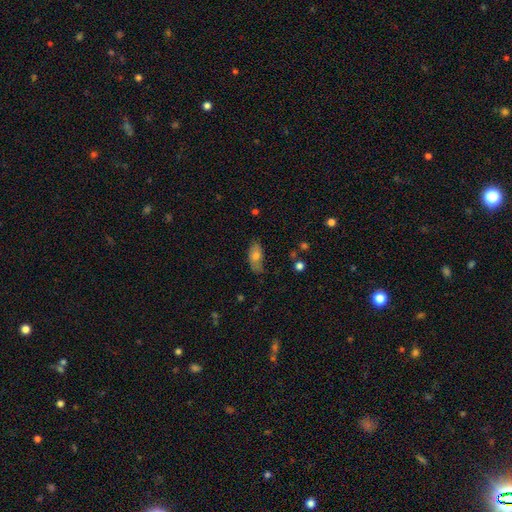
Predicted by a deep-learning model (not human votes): Smooth or featured: smooth — 68% (featured or disk — 24%)
How rounded: in between — 88% (cigar-shaped — 8%)
Merging: none — 60% (minor disturbance — 29%)